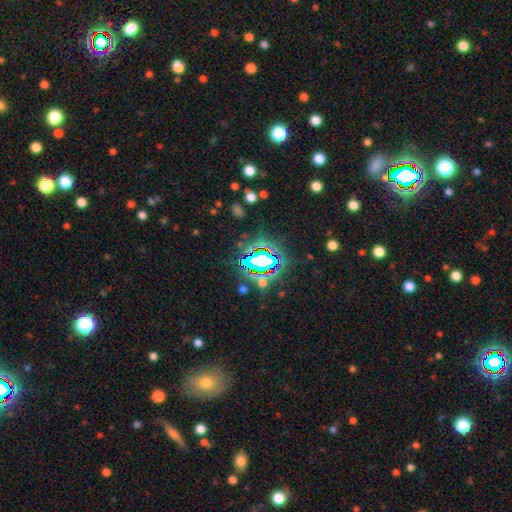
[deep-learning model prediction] This is likely a star or artifact rather than a galaxy (74%).